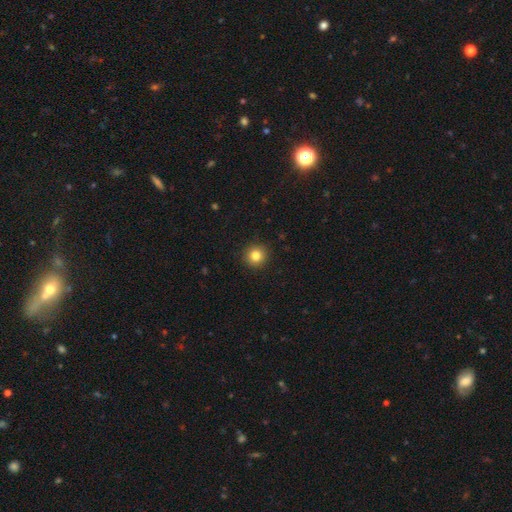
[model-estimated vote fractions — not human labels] Smooth or featured?
  - smooth: 82% *
  - star or artifact: 12%
  - featured or disk: 6%
How rounded?
  - round: 95% *
  - in between: 4%
  - cigar-shaped: 1%
Merging?
  - none: 92% *
  - minor disturbance: 5%
  - major disturbance: 2%
  - merger: 1%